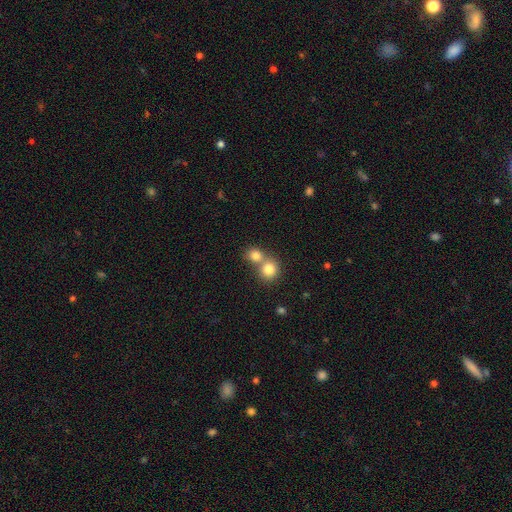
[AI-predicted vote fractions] Smooth or featured? Predicted: smooth (p=0.80). How rounded? Predicted: round (p=0.83). Merging? Predicted: merger (p=0.52).